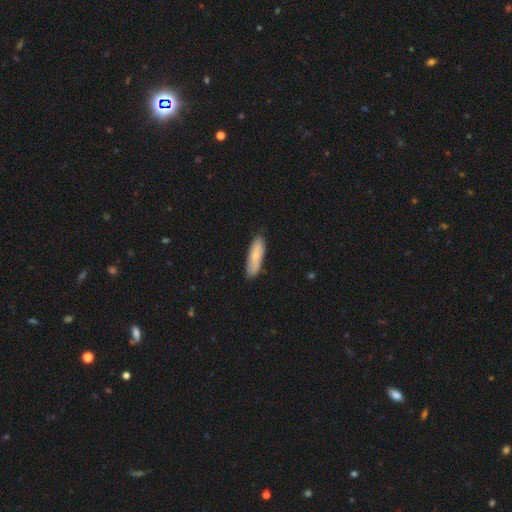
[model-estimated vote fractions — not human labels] This appears to be a smooth galaxy with no disk features (74%) that is cigar-shaped (56%). Merging: none (83%).